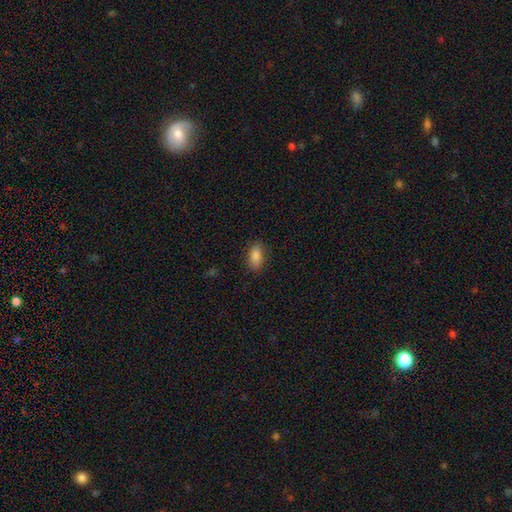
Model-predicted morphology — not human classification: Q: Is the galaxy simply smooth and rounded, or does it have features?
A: smooth — 85%.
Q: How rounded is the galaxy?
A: in between — 89%.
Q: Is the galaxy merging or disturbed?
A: none — 84%.